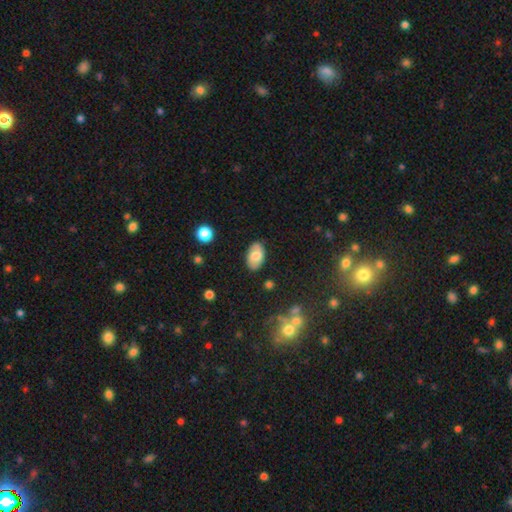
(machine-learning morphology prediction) type=smooth (68%); roundness=in between (93%); merging=none (83%).